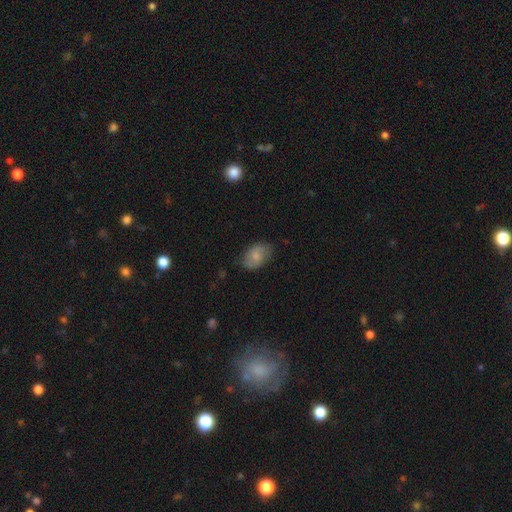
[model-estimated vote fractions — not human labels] smooth 72%, featured or disk 21%, star or artifact 7%. Down the decision tree: how rounded — in between (89%); merging — none (72%).